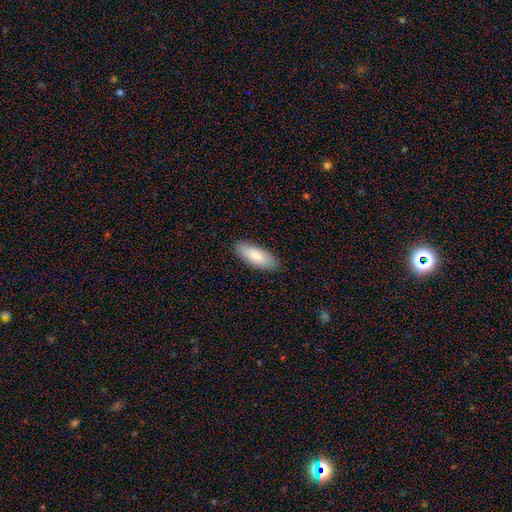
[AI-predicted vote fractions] A smooth galaxy with no disk features (83%) that is in between round and cigar-shaped (70%).

Vote fractions:
- Smooth or featured? smooth: 83% / featured or disk: 12% / star or artifact: 5%
- How rounded? in between: 70% / cigar-shaped: 28% / round: 2%
- Merging? none: 88% / minor disturbance: 9% / major disturbance: 2% / merger: 1%